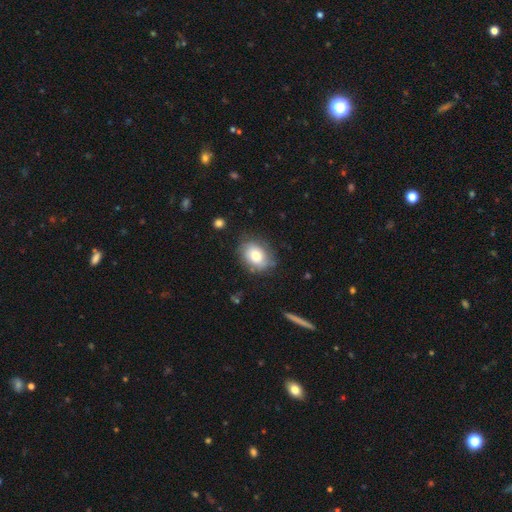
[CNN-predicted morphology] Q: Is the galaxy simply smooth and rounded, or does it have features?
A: smooth — 73%.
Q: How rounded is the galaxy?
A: in between — 62%.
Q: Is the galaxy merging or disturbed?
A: none — 74%.